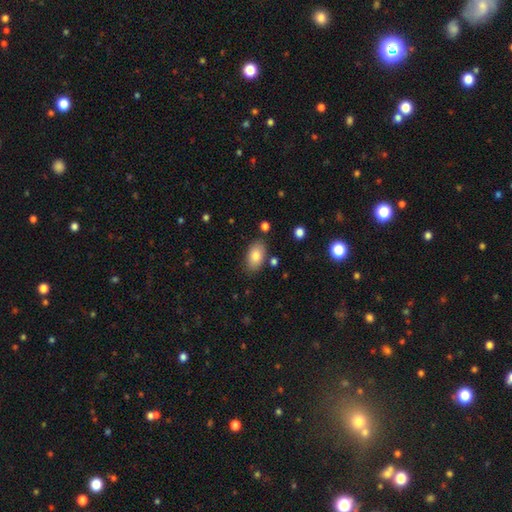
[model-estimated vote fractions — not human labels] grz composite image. It shows a smooth galaxy with no disk features (82%) that is in between round and cigar-shaped (92%). Merging: none (81%).